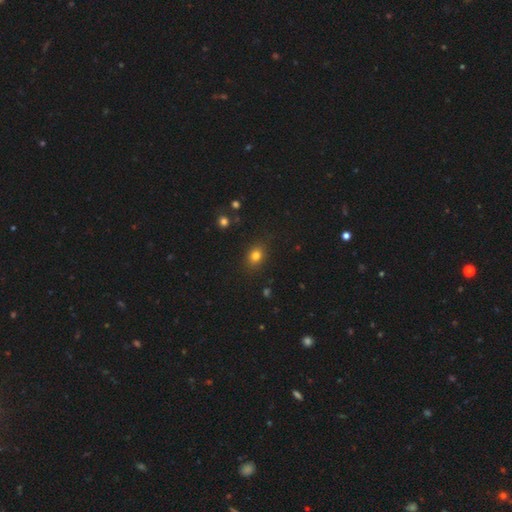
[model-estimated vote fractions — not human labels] This is likely a smooth galaxy (79%). How rounded: possibly in between (53%). Merging: clearly none (86%).